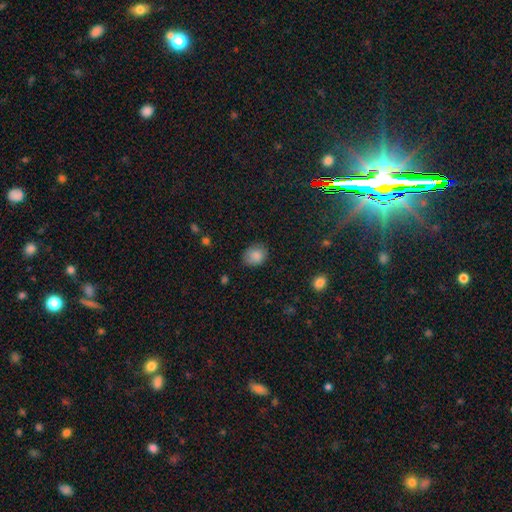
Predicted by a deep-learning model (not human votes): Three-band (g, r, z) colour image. It shows a smooth galaxy with no disk features (86%) that is in between round and cigar-shaped (54%). Merging: none (77%).